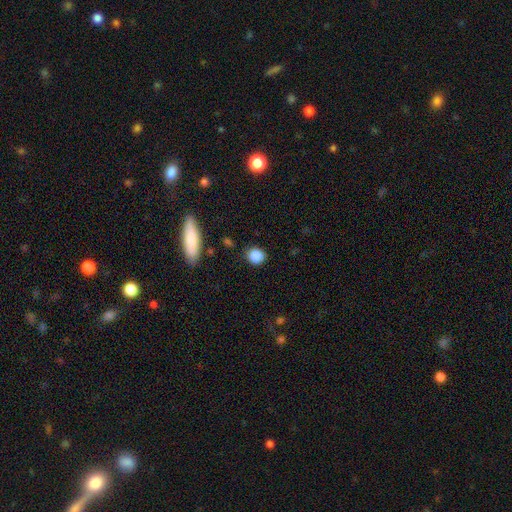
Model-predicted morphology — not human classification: This is clearly a smooth galaxy (87%). How rounded: likely round (73%). Merging: clearly none (82%).